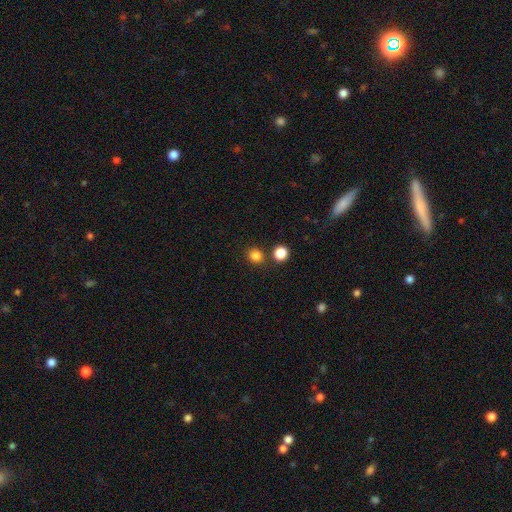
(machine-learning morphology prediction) Smooth or featured: smooth — 83% (star or artifact — 14%)
How rounded: round — 82% (in between — 17%)
Merging: none — 79% (merger — 11%)